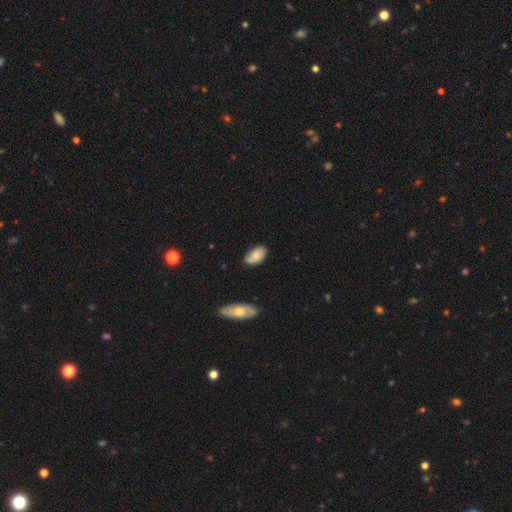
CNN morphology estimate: The model was most divided on "smooth or featured": smooth: 63%, featured or disk: 30%, star or artifact: 7%. More confident: how rounded — in between (93%); merging — none (74%).